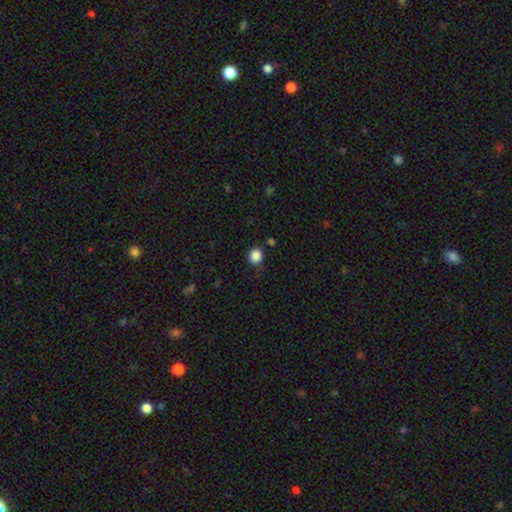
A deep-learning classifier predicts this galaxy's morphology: Smooth or featured?
  - smooth: 86% *
  - star or artifact: 10%
  - featured or disk: 3%
How rounded?
  - round: 82% *
  - in between: 17%
  - cigar-shaped: 1%
Merging?
  - none: 80% *
  - minor disturbance: 13%
  - major disturbance: 4%
  - merger: 3%